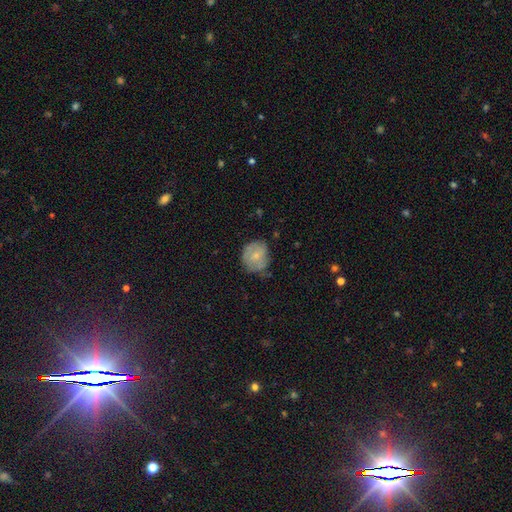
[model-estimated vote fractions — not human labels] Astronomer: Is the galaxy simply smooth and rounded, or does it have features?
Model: smooth — 59%.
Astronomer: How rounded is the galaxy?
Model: round — 73%.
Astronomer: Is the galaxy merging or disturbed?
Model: none — 61%.